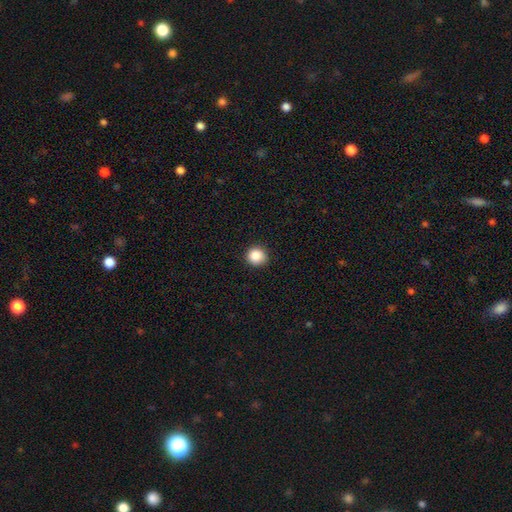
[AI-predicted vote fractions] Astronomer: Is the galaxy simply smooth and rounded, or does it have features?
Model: smooth — 87%.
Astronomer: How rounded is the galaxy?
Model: round — 91%.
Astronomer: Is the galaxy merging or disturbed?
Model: none — 89%.